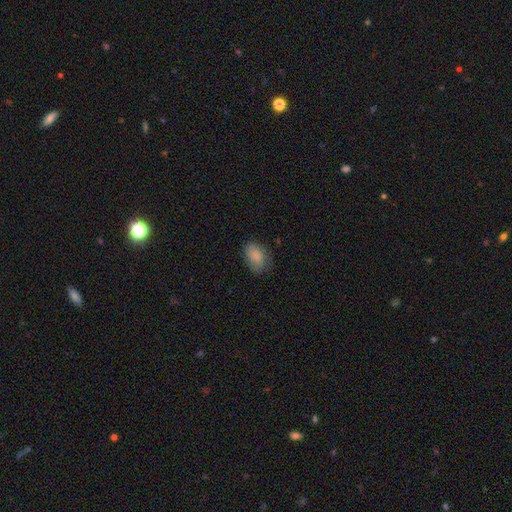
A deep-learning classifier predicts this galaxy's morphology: The model was most divided on "merging": none: 72%, minor disturbance: 21%, major disturbance: 6%, merger: 1%. More confident: smooth or featured — smooth (85%); how rounded — in between (80%).